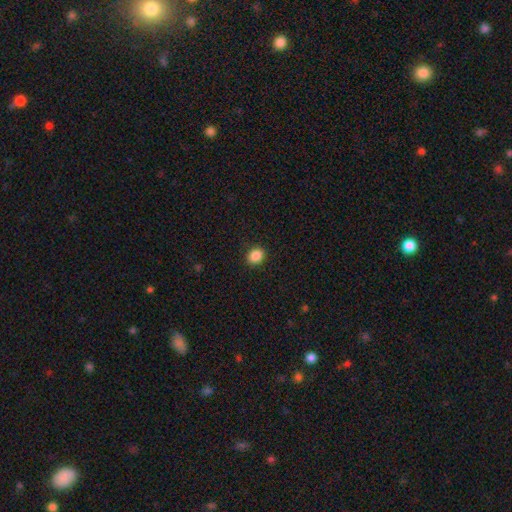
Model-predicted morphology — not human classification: The model was most divided on "how rounded": round: 58%, in between: 41%, cigar-shaped: 1%. More confident: merging — none (90%); smooth or featured — smooth (87%).